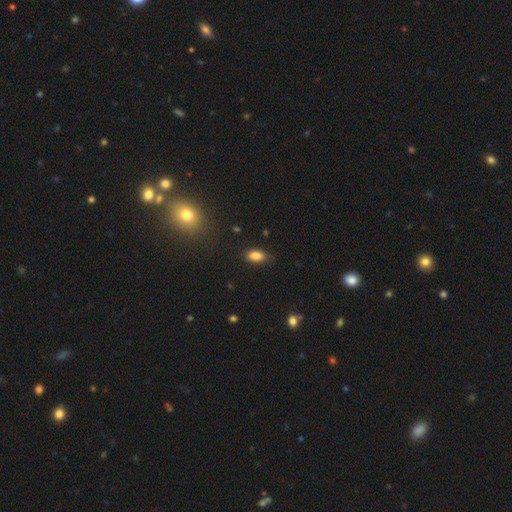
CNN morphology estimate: This is clearly a smooth galaxy (85%). How rounded: clearly in between (90%). Merging: clearly none (82%).